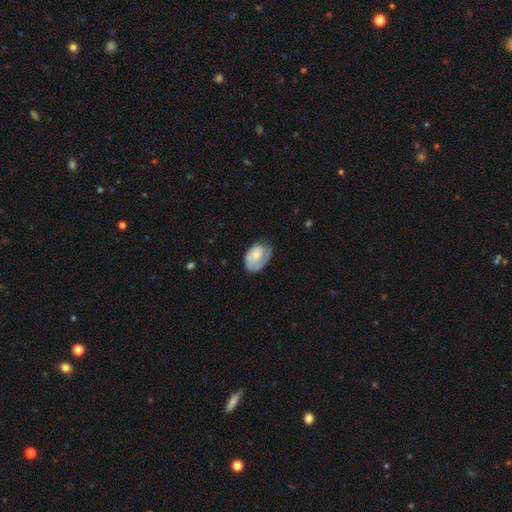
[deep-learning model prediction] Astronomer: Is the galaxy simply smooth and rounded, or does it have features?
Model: smooth — 60%.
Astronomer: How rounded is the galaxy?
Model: in between — 85%.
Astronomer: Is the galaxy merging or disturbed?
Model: none — 49% (runner-up: minor disturbance, 34%).